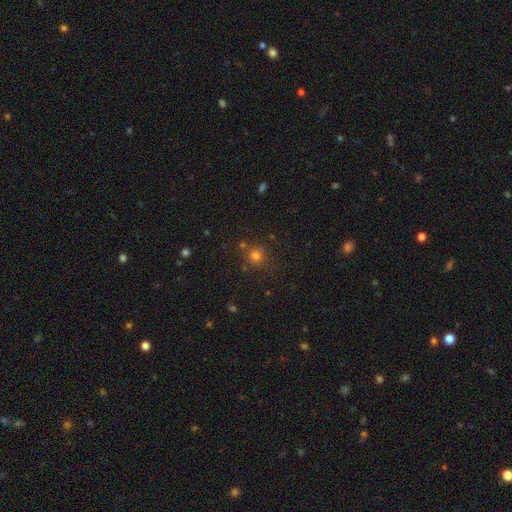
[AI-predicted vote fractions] This appears to be a smooth galaxy with no disk features (72%) that is round (90%). Merging: none (76%).